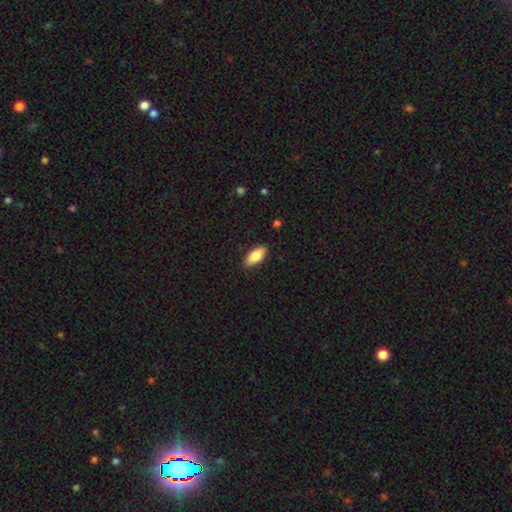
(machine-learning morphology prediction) This appears to be a smooth galaxy with no disk features (82%) that is in between round and cigar-shaped (87%). Merging: none (86%).